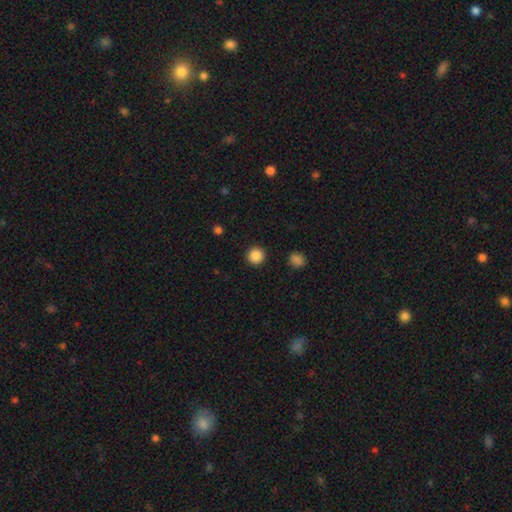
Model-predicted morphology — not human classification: Smooth or featured? smooth (87%)
How rounded? round (96%)
Merging? none (93%)